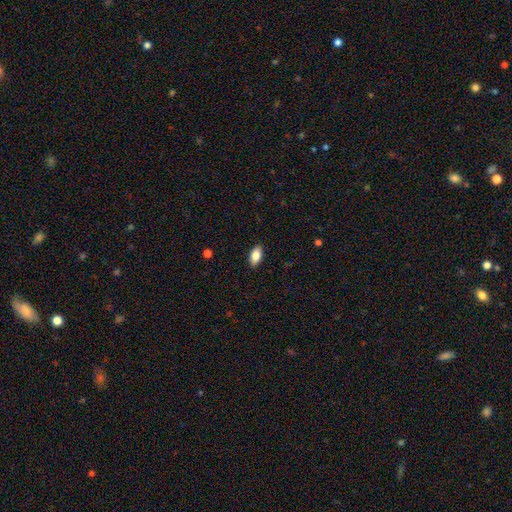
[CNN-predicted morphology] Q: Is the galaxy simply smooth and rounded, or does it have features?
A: smooth — 83%.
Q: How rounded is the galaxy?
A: in between — 91%.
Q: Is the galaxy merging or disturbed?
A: none — 89%.